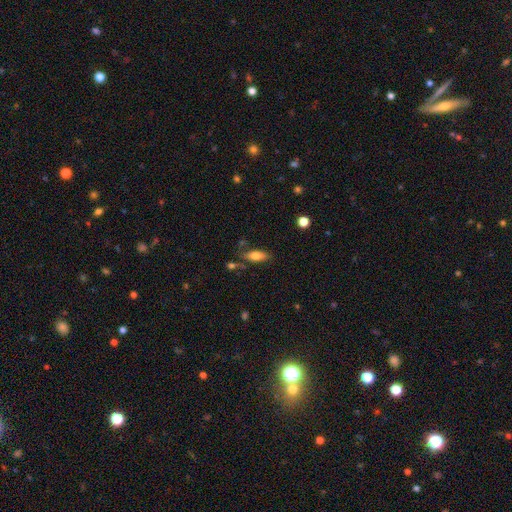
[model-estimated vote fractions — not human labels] smooth-or-featured: smooth: 71% | featured or disk: 21% | star or artifact: 8%
  how-rounded: in between: 72% | cigar-shaped: 25% | round: 3%
  merging: none: 70% | minor disturbance: 17% | merger: 7% | major disturbance: 5%